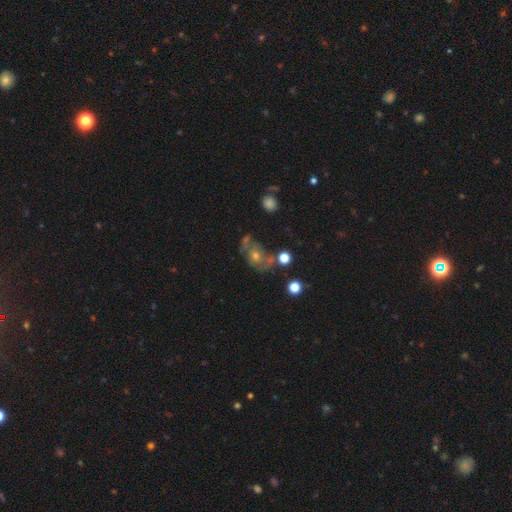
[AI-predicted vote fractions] Smooth or featured? featured or disk (49%)
Merging? none (44%)